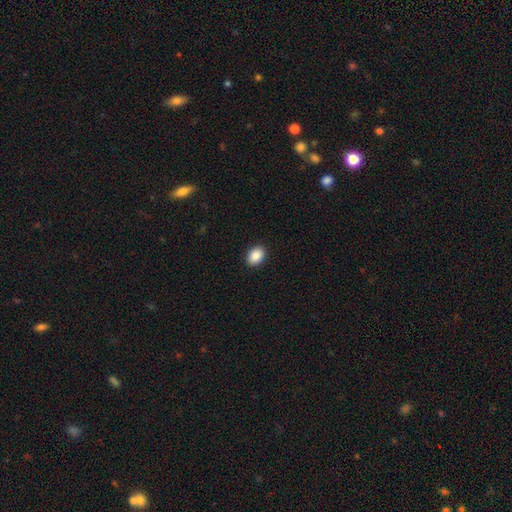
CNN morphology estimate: smooth 88%, star or artifact 8%, featured or disk 4%. Down the decision tree: how rounded — in between (75%); merging — none (91%).